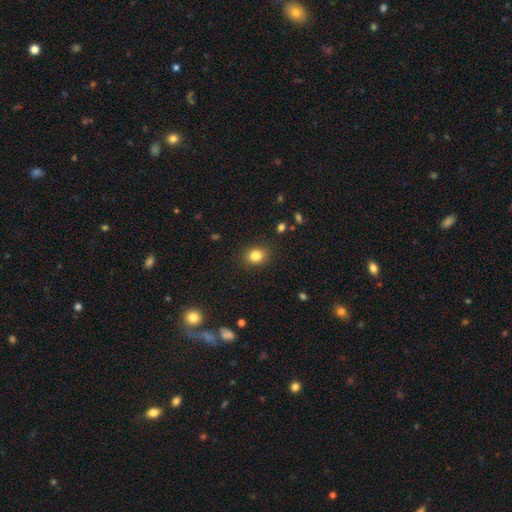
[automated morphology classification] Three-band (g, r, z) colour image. It shows a smooth galaxy with no disk features (83%) that is round (63%). Merging: none (88%).